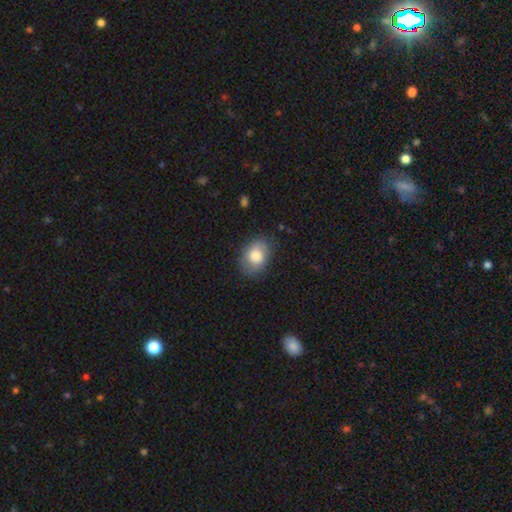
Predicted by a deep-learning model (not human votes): Smooth or featured? smooth (77%)
How rounded? in between (73%)
Merging? none (76%)